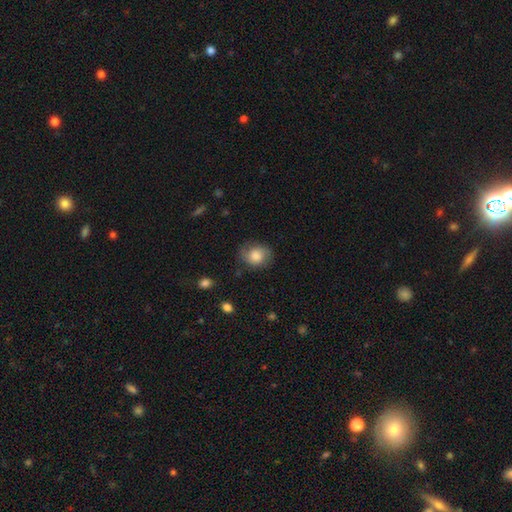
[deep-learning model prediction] Q: Smooth or featured?
A: smooth (72%); runner-up: featured or disk (20%)
Q: How rounded?
A: round (59%); runner-up: in between (40%)
Q: Merging?
A: none (70%); runner-up: minor disturbance (21%)